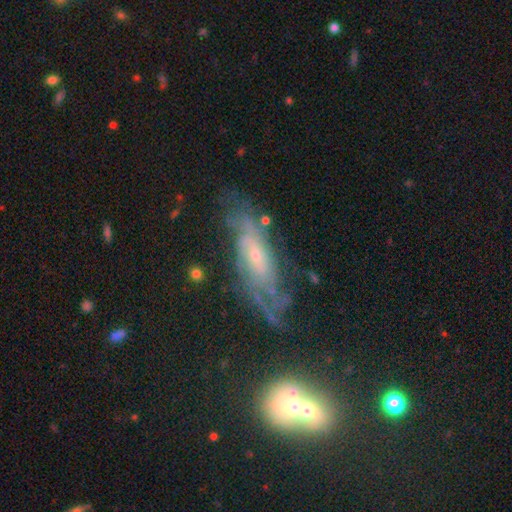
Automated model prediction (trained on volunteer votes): featured or disk 77%, smooth 13%, star or artifact 11%. Down the decision tree: edge-on disk — no (84%); bar — no (59%); spiral arms — yes (91%); spiral arm count — can't tell (48%); spiral winding — tight (51%); bulge size — small (68%); merging — none (63%).